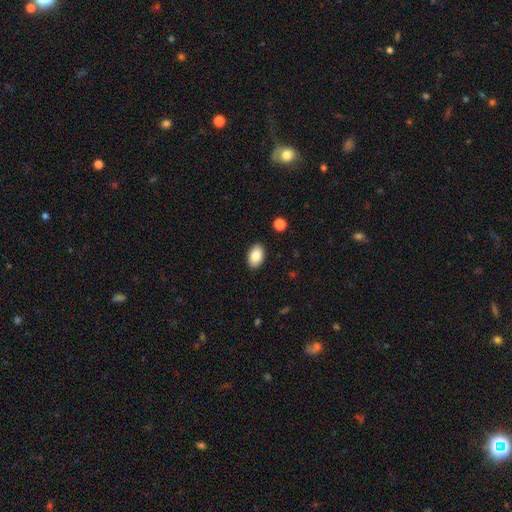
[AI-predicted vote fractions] The model was most divided on "smooth or featured": smooth: 85%, featured or disk: 8%, star or artifact: 7%. More confident: how rounded — in between (92%); merging — none (89%).